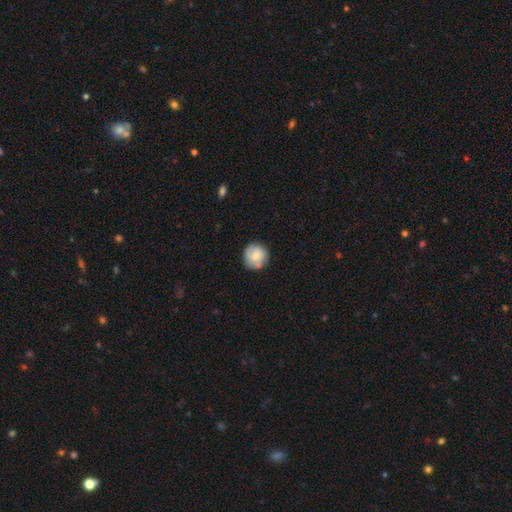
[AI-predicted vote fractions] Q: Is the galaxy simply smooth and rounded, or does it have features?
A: smooth — 66%.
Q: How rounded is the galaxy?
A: round — 93%.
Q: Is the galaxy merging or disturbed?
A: none — 76%.